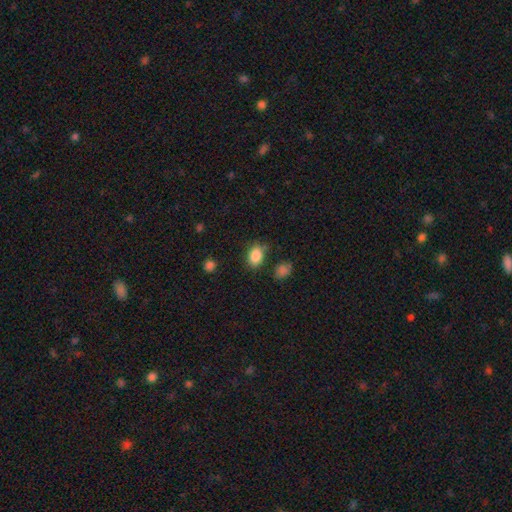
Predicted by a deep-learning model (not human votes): Overall: smooth (86%). How rounded: in between (76%). Merging: none (74%).